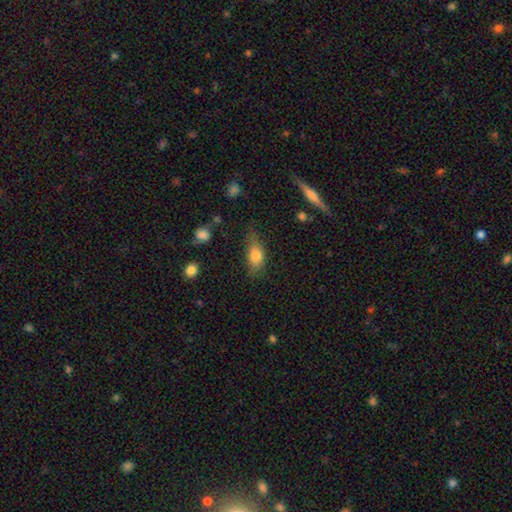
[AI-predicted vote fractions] This is likely a smooth galaxy (77%). How rounded: clearly in between (82%). Merging: possibly none (59%).